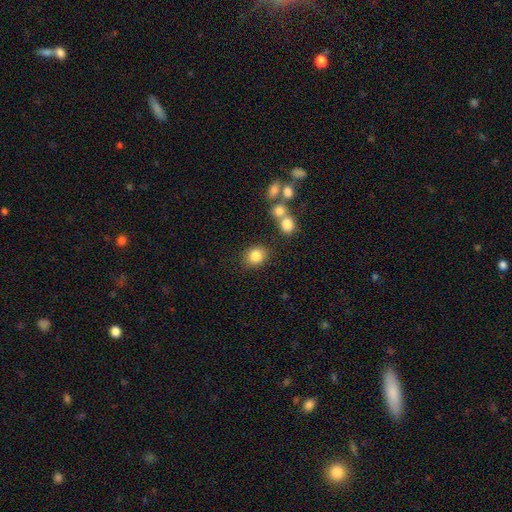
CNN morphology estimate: smooth_or_featured: smooth (p=0.84) [alt: star or artifact p=0.10]
how_rounded: round (p=0.69) [alt: in between p=0.30]
merging: none (p=0.79) [alt: minor disturbance p=0.10]